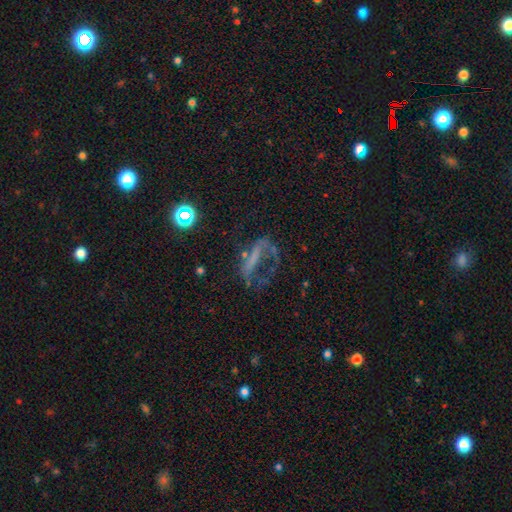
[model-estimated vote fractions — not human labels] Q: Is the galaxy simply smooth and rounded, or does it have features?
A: featured or disk — 53%.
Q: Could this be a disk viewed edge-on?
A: no — 86%.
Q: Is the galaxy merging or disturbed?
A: major disturbance — 47%.